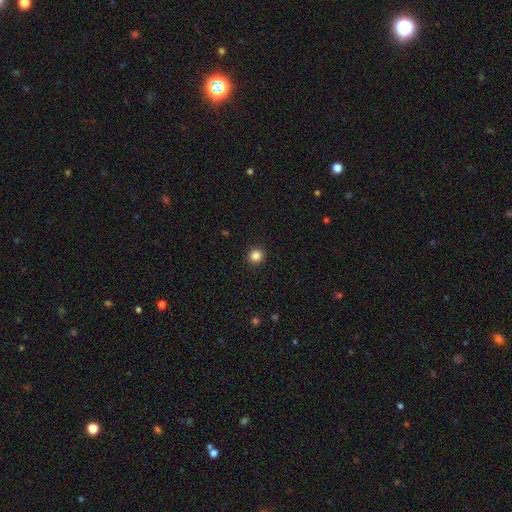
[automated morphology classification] This appears to be a smooth galaxy with no disk features (85%) that is round (93%). Merging: none (93%).